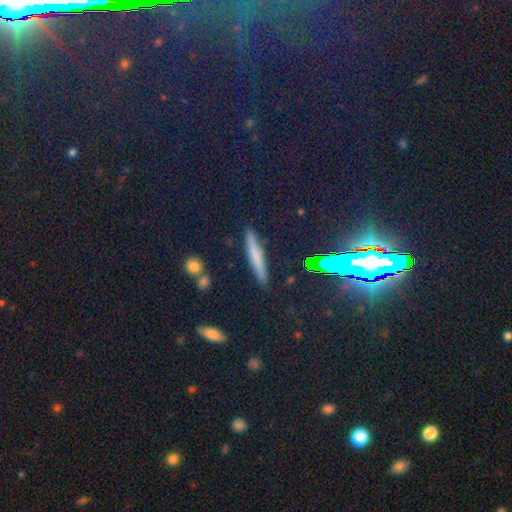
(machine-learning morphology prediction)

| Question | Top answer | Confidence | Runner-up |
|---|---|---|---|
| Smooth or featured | smooth | 60% | featured or disk (21%) |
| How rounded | cigar-shaped | 89% | in between (8%) |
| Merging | none | 85% | minor disturbance (10%) |